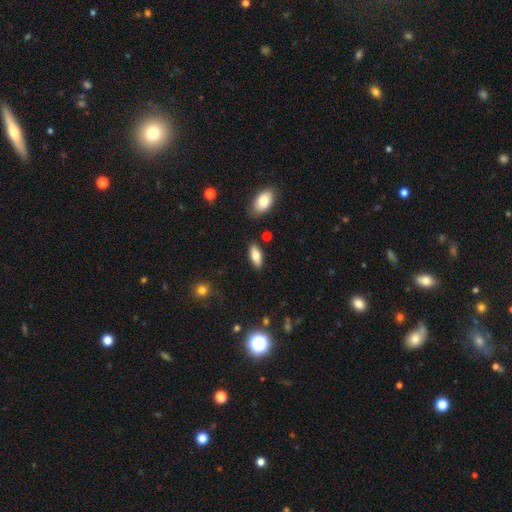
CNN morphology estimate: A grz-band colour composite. It shows a smooth galaxy with no disk features (77%) that is in between round and cigar-shaped (83%). Merging: none (85%).